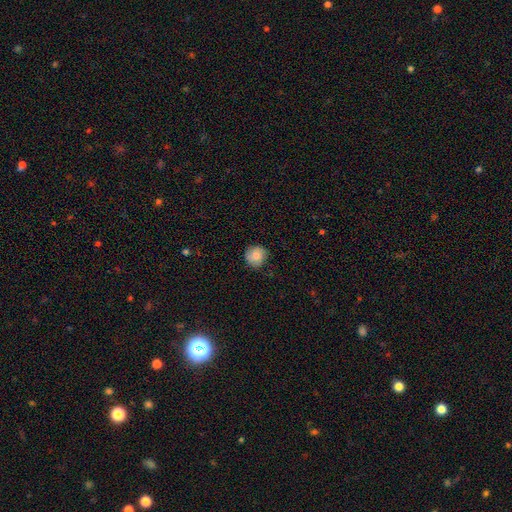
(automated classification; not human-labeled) Smooth or featured?
  - smooth: 82% *
  - featured or disk: 10%
  - star or artifact: 8%
How rounded?
  - round: 88% *
  - in between: 11%
  - cigar-shaped: 1%
Merging?
  - none: 80% *
  - minor disturbance: 15%
  - major disturbance: 3%
  - merger: 1%